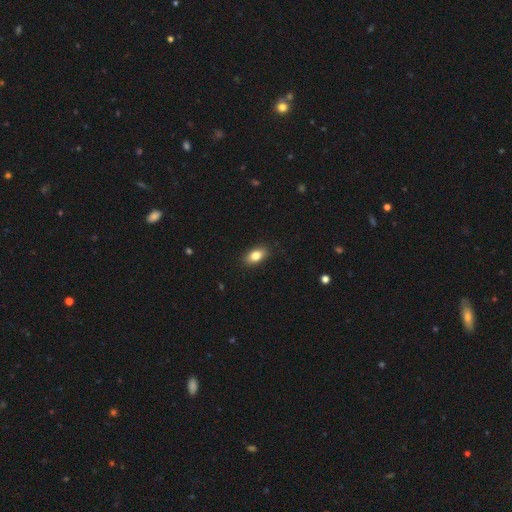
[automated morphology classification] Smooth or featured?
  - smooth: 82% *
  - featured or disk: 11%
  - star or artifact: 8%
How rounded?
  - in between: 88% *
  - round: 7%
  - cigar-shaped: 4%
Merging?
  - none: 88% *
  - minor disturbance: 9%
  - major disturbance: 2%
  - merger: 1%